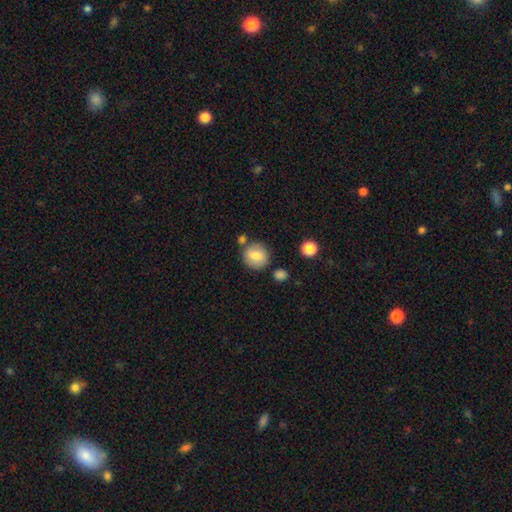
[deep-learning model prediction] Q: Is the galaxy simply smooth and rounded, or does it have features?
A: smooth — 79%.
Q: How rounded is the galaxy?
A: round — 88%.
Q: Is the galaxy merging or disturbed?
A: none — 76%.